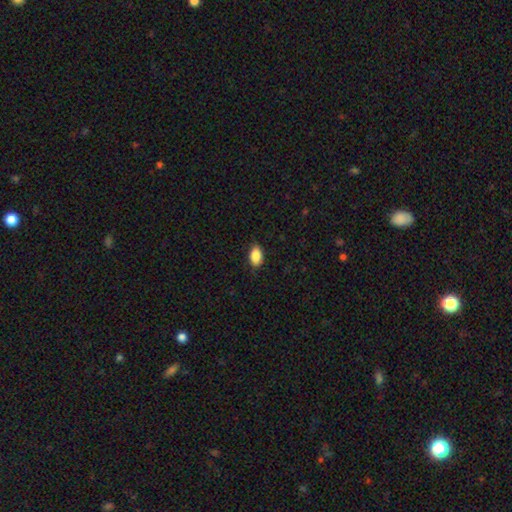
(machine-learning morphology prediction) smooth 87%, star or artifact 8%, featured or disk 5%. Down the decision tree: how rounded — in between (90%); merging — none (86%).